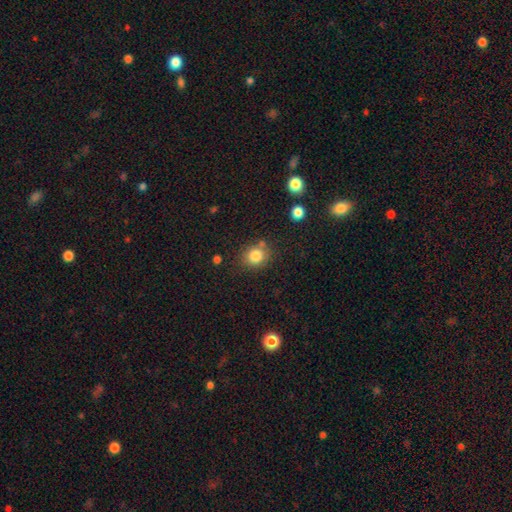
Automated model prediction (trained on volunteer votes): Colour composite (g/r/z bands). It shows a smooth galaxy with no disk features (82%) that is round (77%). Merging: none (75%).